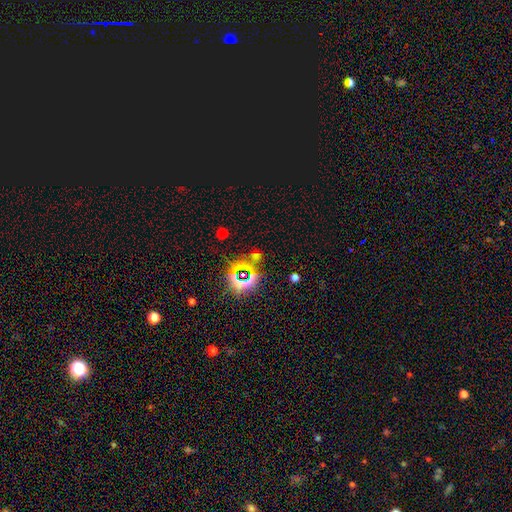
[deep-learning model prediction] Smooth or featured? Predicted: star or artifact (p=0.69).